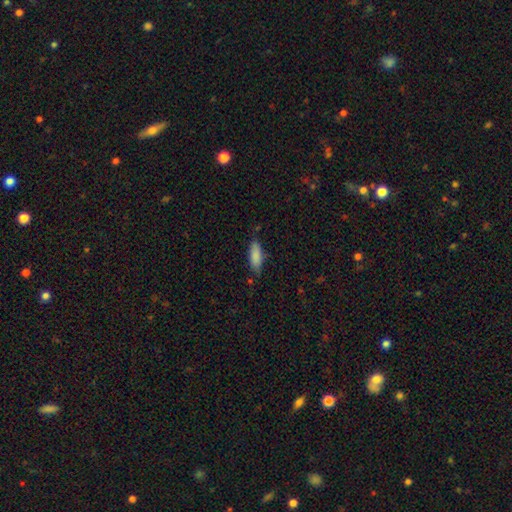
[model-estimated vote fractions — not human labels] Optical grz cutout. It shows a smooth galaxy with no disk features (87%) that is in between round and cigar-shaped (67%). Merging: none (74%).